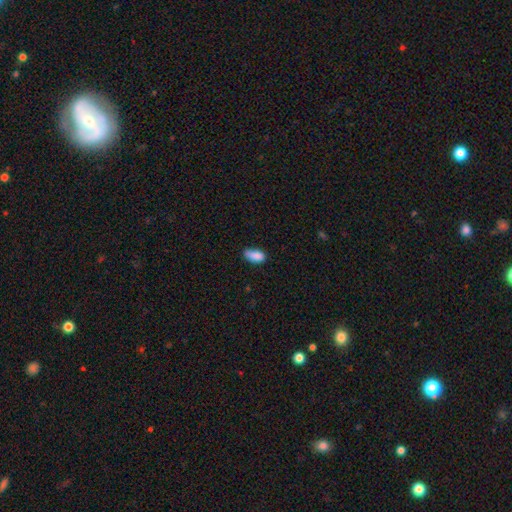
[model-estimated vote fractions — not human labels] The model was most divided on "merging": none: 56%, minor disturbance: 32%, major disturbance: 7%, merger: 5%. More confident: how rounded — in between (88%); smooth or featured — smooth (85%).